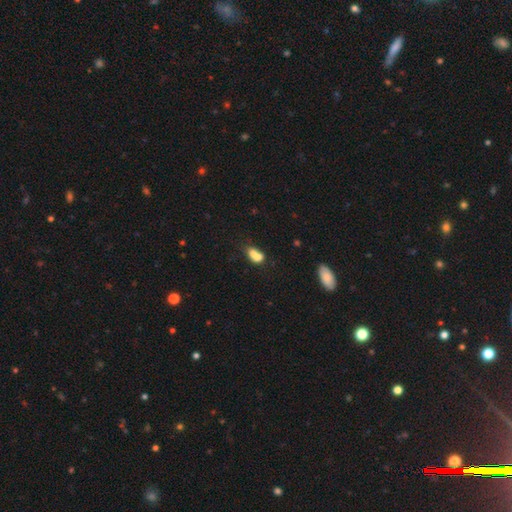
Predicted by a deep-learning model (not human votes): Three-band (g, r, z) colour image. It shows a smooth galaxy with no disk features (70%) that is in between round and cigar-shaped (64%). Merging: merger (63%).